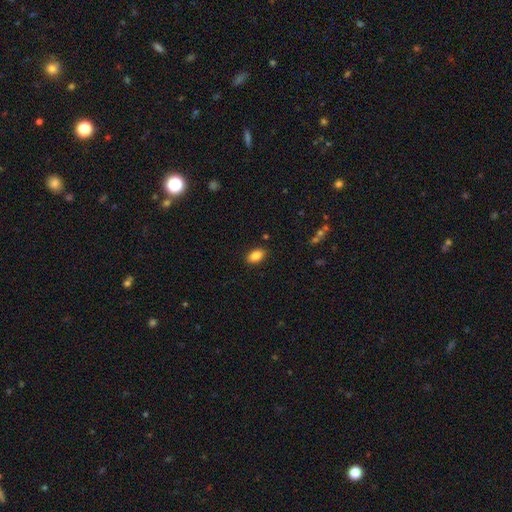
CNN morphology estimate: smooth 86%, star or artifact 8%, featured or disk 5%. Down the decision tree: how rounded — in between (90%); merging — none (88%).